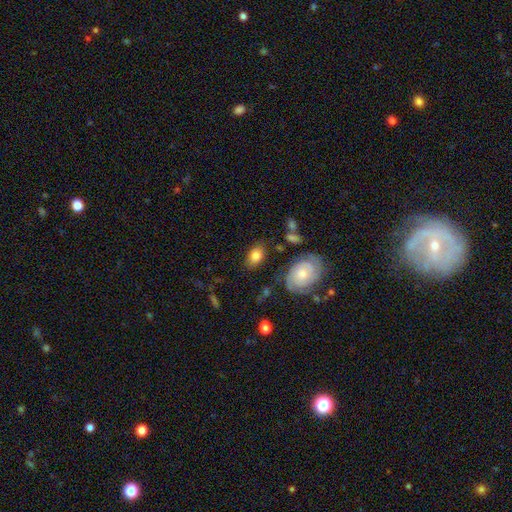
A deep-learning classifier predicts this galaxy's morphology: This is likely a smooth galaxy (75%). How rounded: clearly in between (84%). Merging: likely none (76%).